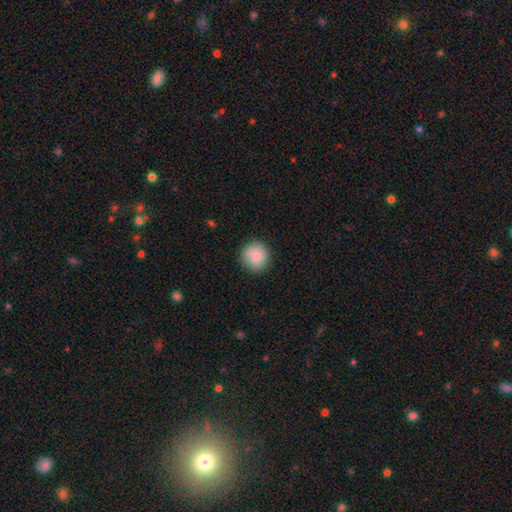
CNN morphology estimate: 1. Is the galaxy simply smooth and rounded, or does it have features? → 85% smooth, 8% featured or disk, 7% star or artifact.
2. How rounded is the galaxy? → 92% round, 7% in between, 1% cigar-shaped.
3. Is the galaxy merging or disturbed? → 84% none, 12% minor disturbance, 3% major disturbance, 1% merger.